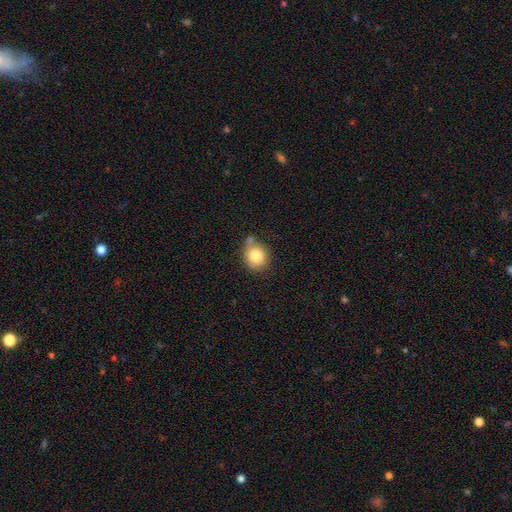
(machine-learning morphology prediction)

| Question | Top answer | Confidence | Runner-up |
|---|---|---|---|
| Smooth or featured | smooth | 80% | featured or disk (11%) |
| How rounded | round | 72% | in between (27%) |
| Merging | none | 55% | minor disturbance (24%) |